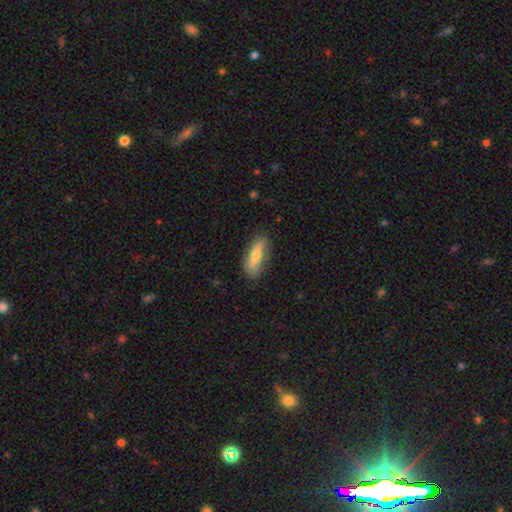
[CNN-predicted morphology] smooth_or_featured: smooth (p=0.63) [alt: featured or disk p=0.31]
how_rounded: in between (p=0.55) [alt: cigar-shaped p=0.42]
merging: none (p=0.76) [alt: minor disturbance p=0.19]